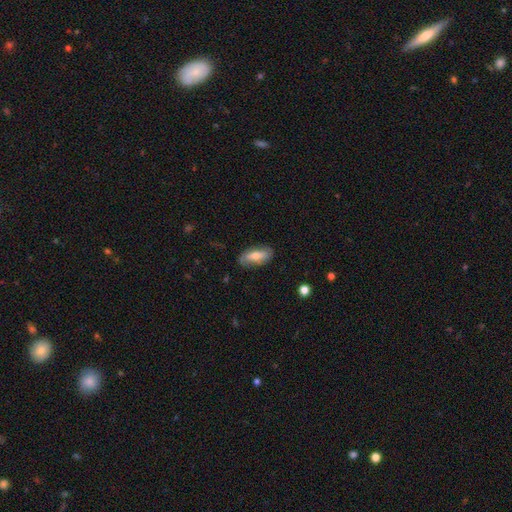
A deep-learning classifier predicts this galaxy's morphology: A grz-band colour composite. It shows a smooth galaxy with no disk features (61%) that is in between round and cigar-shaped (78%). Merging: none (80%).